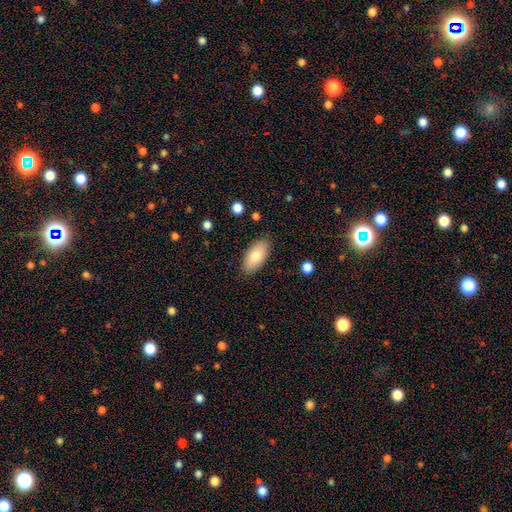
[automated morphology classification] Smooth or featured? smooth (80%)
How rounded? in between (92%)
Merging? none (86%)